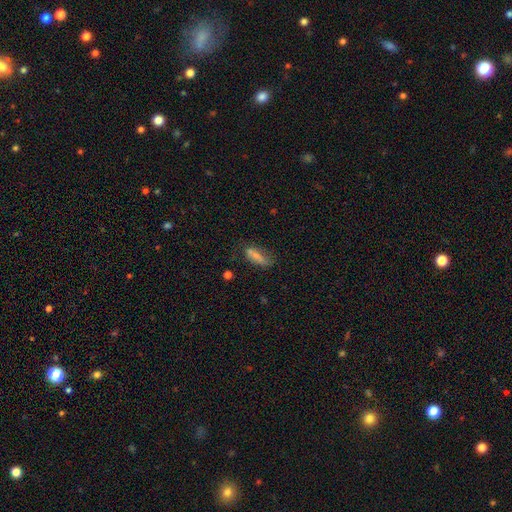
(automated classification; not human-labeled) smooth 65%, featured or disk 25%, star or artifact 10%. Down the decision tree: how rounded — in between (61%); merging — none (52%).